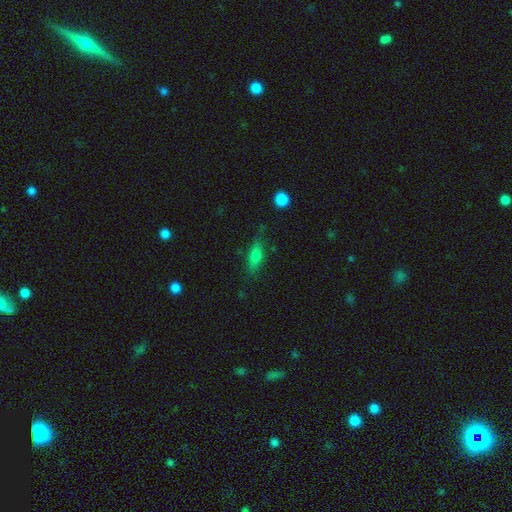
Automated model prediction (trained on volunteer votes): The model was most divided on "how rounded": in between: 61%, cigar-shaped: 34%, round: 5%. More confident: merging — none (72%); smooth or featured — smooth (69%).